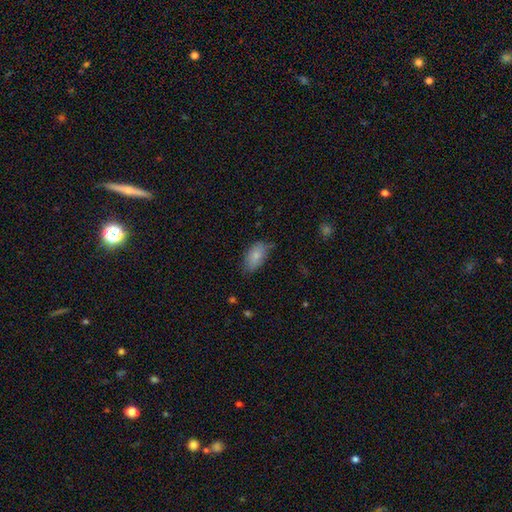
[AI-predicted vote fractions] Overall: smooth (82%). How rounded: in between (93%). Merging: none (70%).